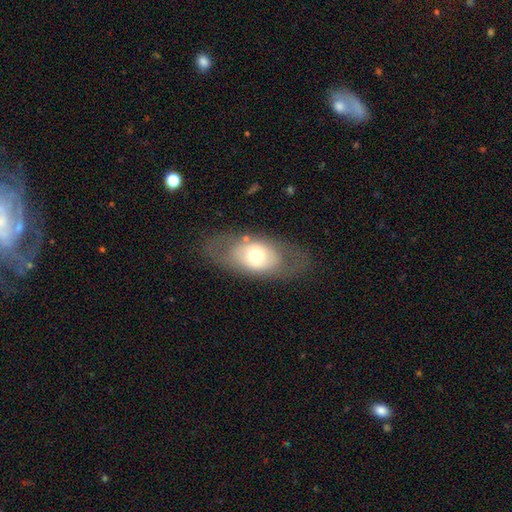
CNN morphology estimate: This is possibly a smooth galaxy (52%). How rounded: clearly in between (85%). Merging: likely none (74%).